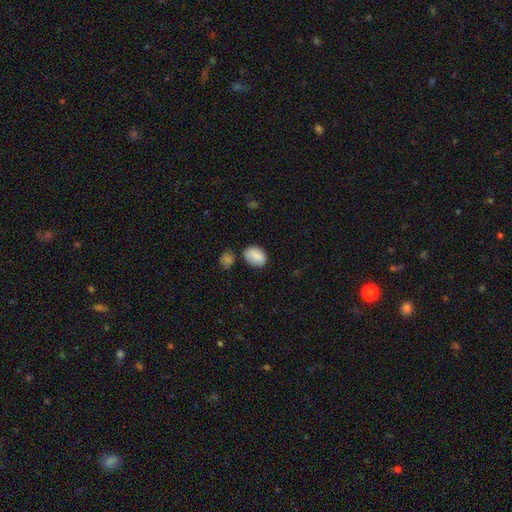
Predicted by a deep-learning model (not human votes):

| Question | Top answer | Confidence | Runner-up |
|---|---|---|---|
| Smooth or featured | smooth | 86% | star or artifact (8%) |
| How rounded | in between | 80% | round (19%) |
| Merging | none | 64% | minor disturbance (21%) |